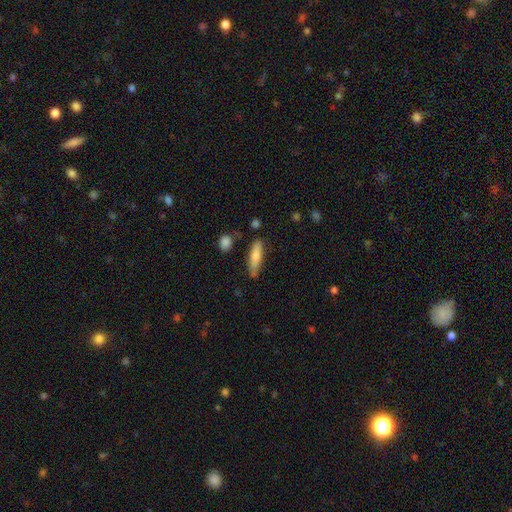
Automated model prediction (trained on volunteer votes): A smooth galaxy with no disk features (74%) that is cigar-shaped (70%). Merging: none (71%).